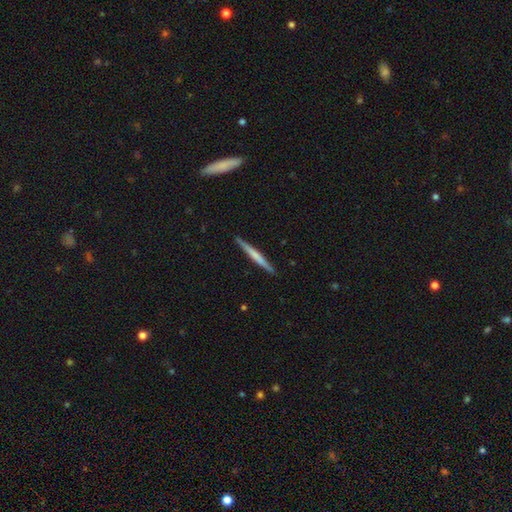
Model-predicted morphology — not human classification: This is possibly a smooth galaxy (48%). Merging: clearly none (91%).